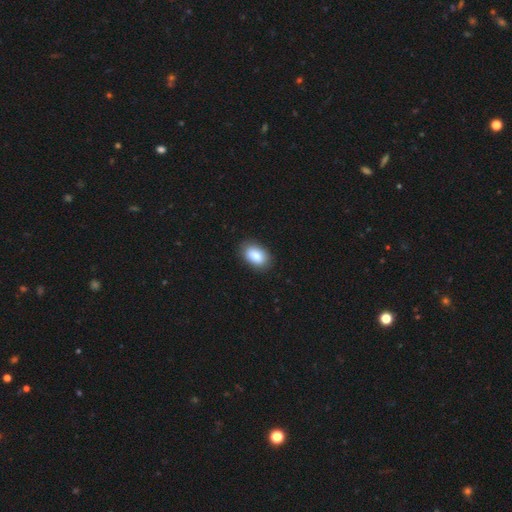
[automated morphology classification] Smooth or featured? Predicted: smooth (p=0.86). How rounded? Predicted: in between (p=0.91). Merging? Predicted: none (p=0.88).